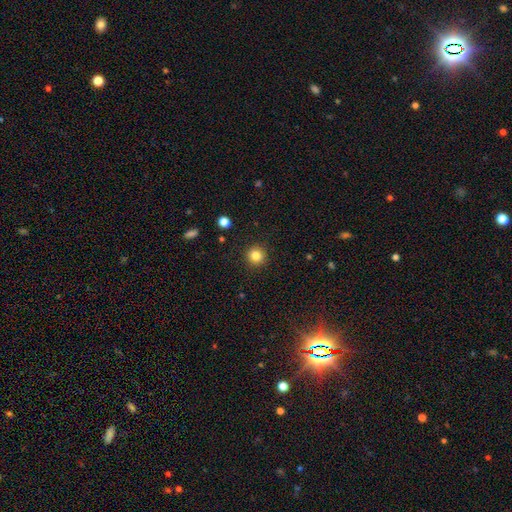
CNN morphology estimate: smooth_or_featured: smooth (p=0.83) [alt: star or artifact p=0.12]
how_rounded: round (p=0.94) [alt: in between p=0.05]
merging: none (p=0.92) [alt: minor disturbance p=0.05]